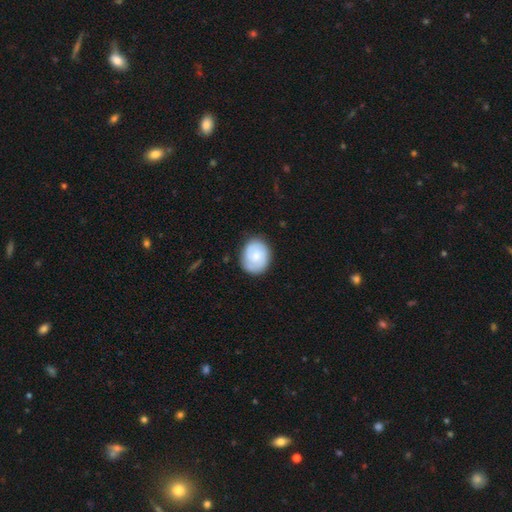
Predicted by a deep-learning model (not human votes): A smooth galaxy with no disk features (49%).

Vote fractions:
- Smooth or featured? smooth: 49% / featured or disk: 45% / star or artifact: 6%
- Merging? none: 81% / minor disturbance: 15% / major disturbance: 4% / merger: 1%